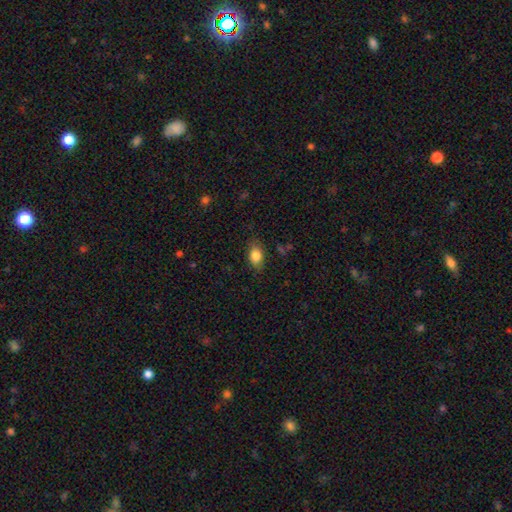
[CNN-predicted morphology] Smooth or featured: smooth — 83% (featured or disk — 9%)
How rounded: in between — 83% (round — 13%)
Merging: none — 80% (minor disturbance — 15%)